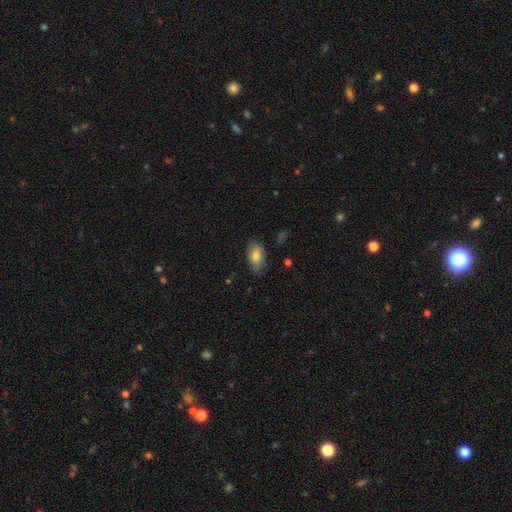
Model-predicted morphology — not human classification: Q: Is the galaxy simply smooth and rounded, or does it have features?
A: smooth — 77%.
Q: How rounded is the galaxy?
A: in between — 91%.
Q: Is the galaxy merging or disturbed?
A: none — 71%.